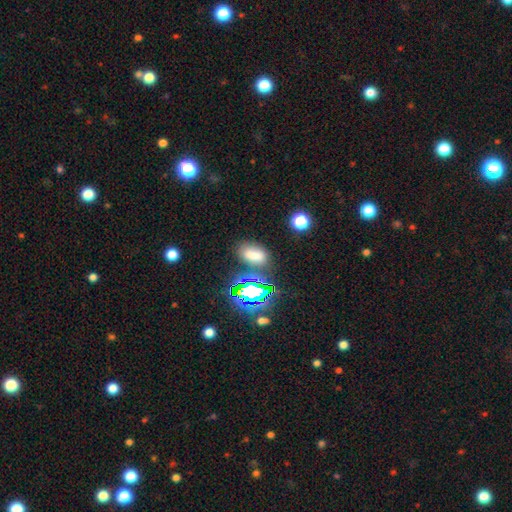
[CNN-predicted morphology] type=smooth (65%); roundness=in between (85%); merging=none (72%).